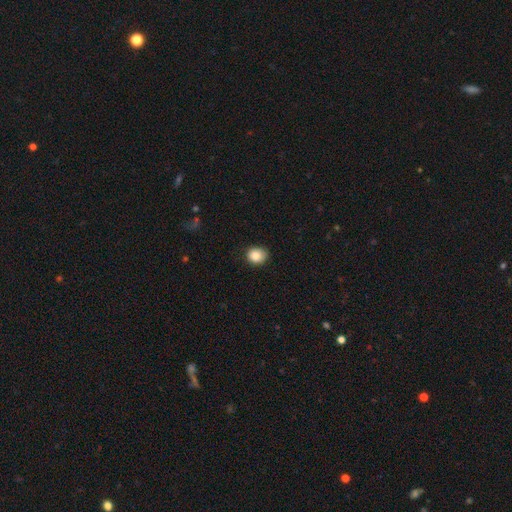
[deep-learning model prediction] smooth-or-featured: smooth: 85% | star or artifact: 9% | featured or disk: 6%
  how-rounded: round: 68% | in between: 32% | cigar-shaped: 1%
  merging: none: 78% | minor disturbance: 18% | major disturbance: 3% | merger: 1%